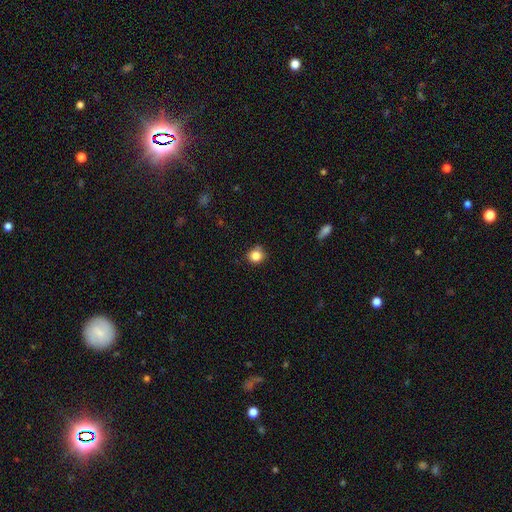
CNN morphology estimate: A smooth galaxy with no disk features (84%) that is round (87%). Merging: none (78%).